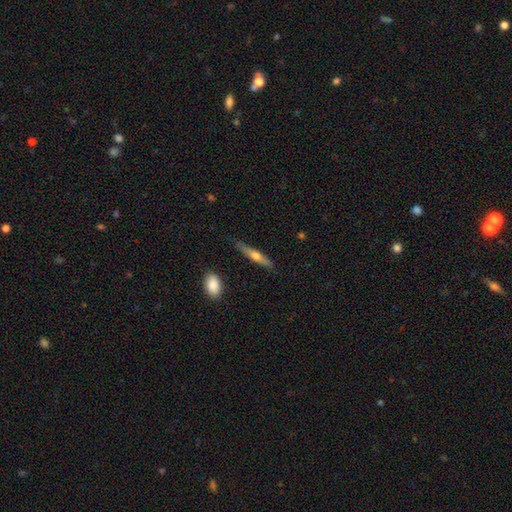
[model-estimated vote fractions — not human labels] A featured or disk galaxy (49%). Merging: none (82%).